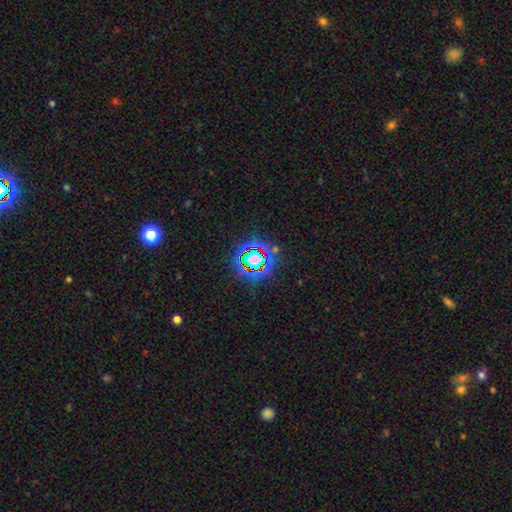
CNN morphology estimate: smooth-or-featured: star or artifact: 74% | smooth: 17% | featured or disk: 10%